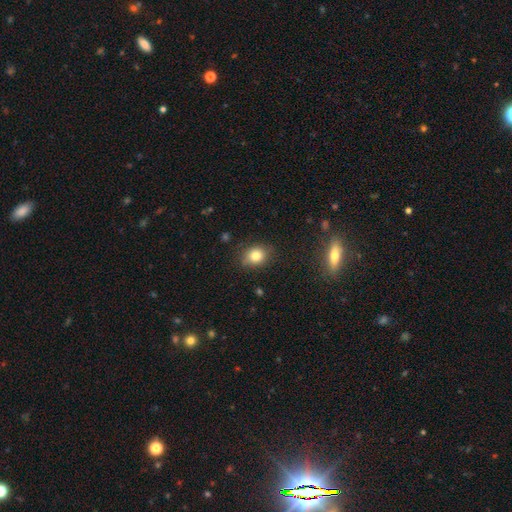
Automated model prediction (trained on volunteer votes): Morphology: type=smooth (79%); roundness=round (53%); merging=none (78%).